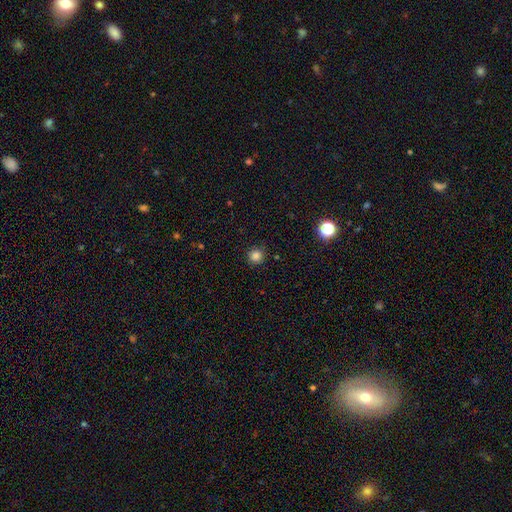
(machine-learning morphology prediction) smooth-or-featured: smooth: 83% | star or artifact: 13% | featured or disk: 4%
  how-rounded: round: 94% | in between: 5% | cigar-shaped: 1%
  merging: none: 90% | minor disturbance: 7% | major disturbance: 2% | merger: 1%